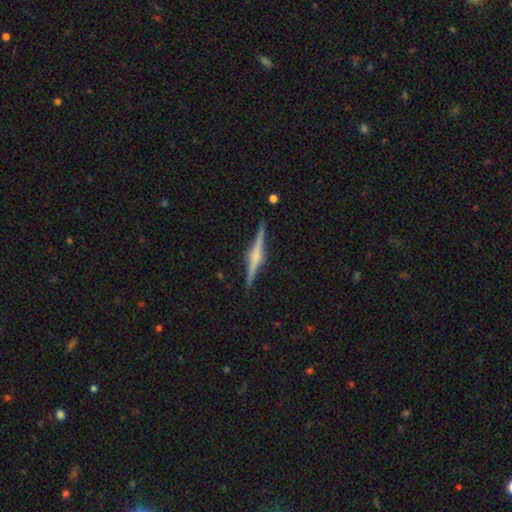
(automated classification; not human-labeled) A featured or disk galaxy (79%) viewed edge-on (98%) with a rounded central bulge (70%). Merging: none (91%).